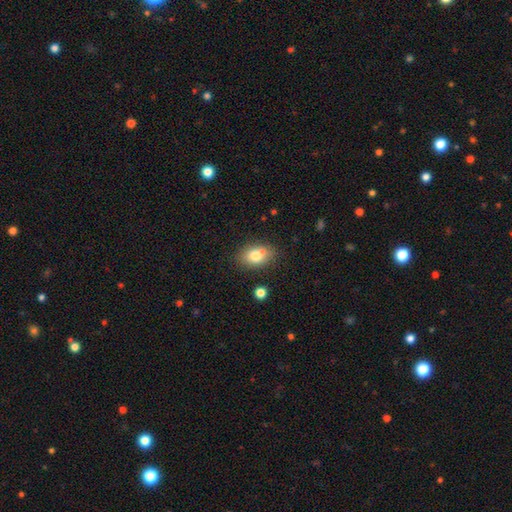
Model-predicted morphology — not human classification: Smooth or featured: smooth — 76% (featured or disk — 15%)
How rounded: in between — 80% (round — 19%)
Merging: none — 65% (minor disturbance — 16%)